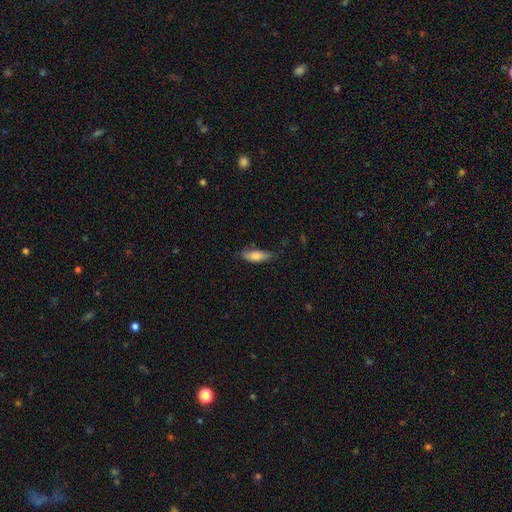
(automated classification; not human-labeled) This is clearly a smooth galaxy (80%). How rounded: likely in between (66%). Merging: likely none (68%).